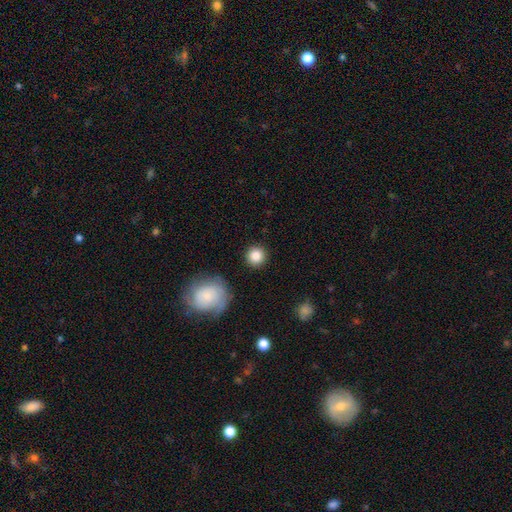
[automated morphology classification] Q: Smooth or featured?
A: smooth (85%); runner-up: star or artifact (8%)
Q: How rounded?
A: round (94%); runner-up: in between (5%)
Q: Merging?
A: none (89%); runner-up: minor disturbance (6%)